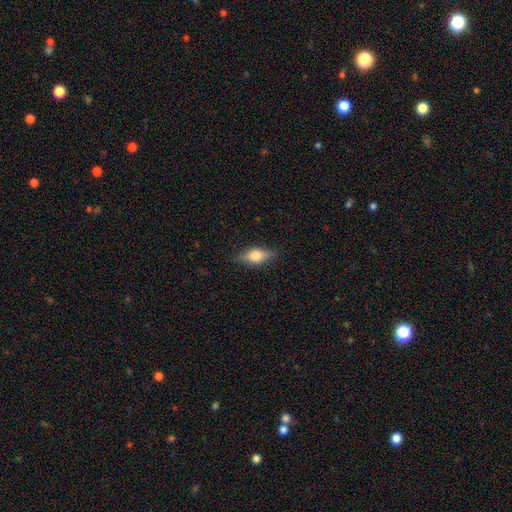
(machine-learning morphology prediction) Q: Smooth or featured?
A: smooth (61%); runner-up: featured or disk (31%)
Q: How rounded?
A: in between (74%); runner-up: cigar-shaped (20%)
Q: Merging?
A: none (83%); runner-up: minor disturbance (13%)